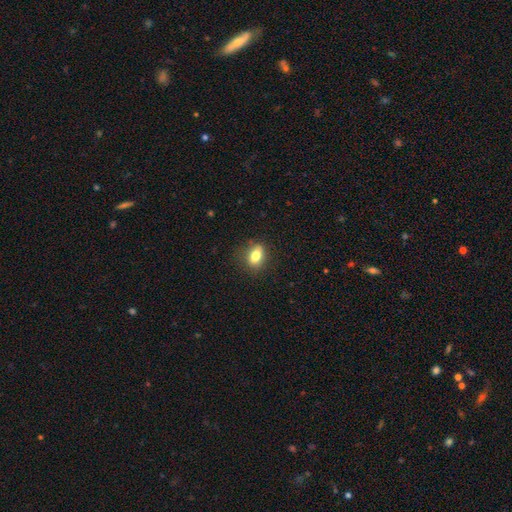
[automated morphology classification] smooth_or_featured: smooth (p=0.79) [alt: featured or disk p=0.12]
how_rounded: in between (p=0.76) [alt: round p=0.20]
merging: none (p=0.81) [alt: minor disturbance p=0.14]